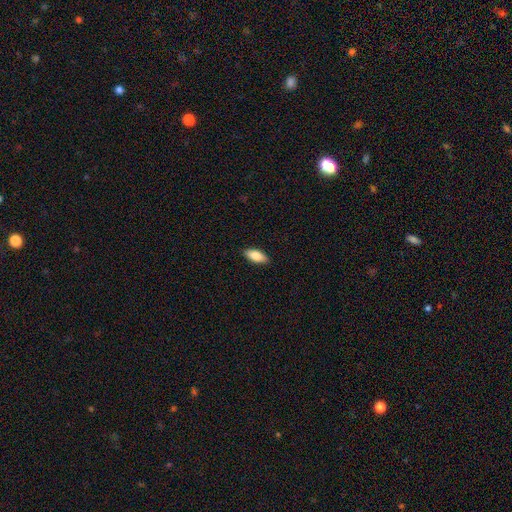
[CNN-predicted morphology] A smooth galaxy with no disk features (84%) that is in between round and cigar-shaped (83%). Merging: none (89%).